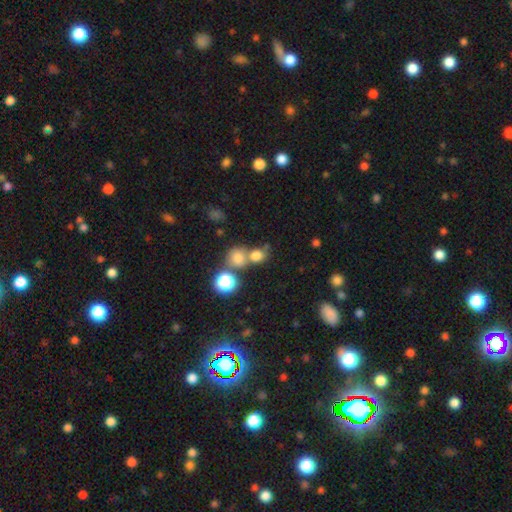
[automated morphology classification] Q: Smooth or featured?
A: smooth (73%); runner-up: star or artifact (19%)
Q: How rounded?
A: round (71%); runner-up: in between (28%)
Q: Merging?
A: none (44%); runner-up: merger (43%)